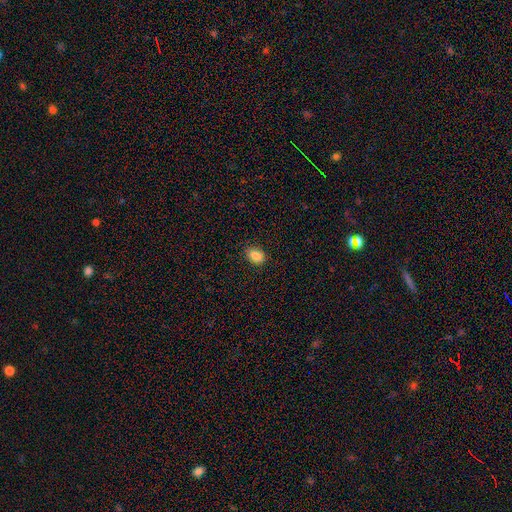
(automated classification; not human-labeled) smooth 85%, star or artifact 9%, featured or disk 5%. Down the decision tree: how rounded — in between (74%); merging — none (87%).